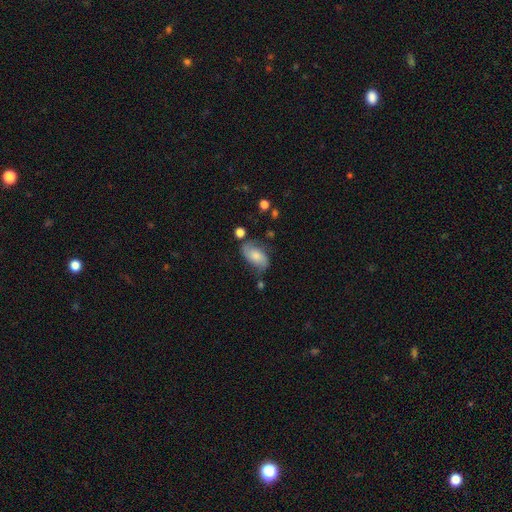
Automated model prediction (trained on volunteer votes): Morphology: type=smooth (47%); merging=none (59%).